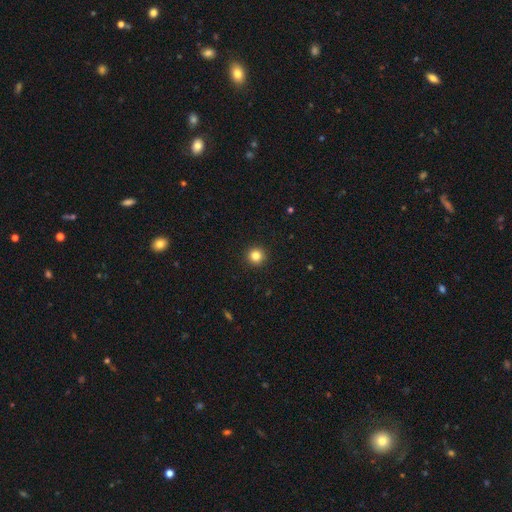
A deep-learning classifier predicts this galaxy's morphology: type=smooth (83%); roundness=round (96%); merging=none (93%).